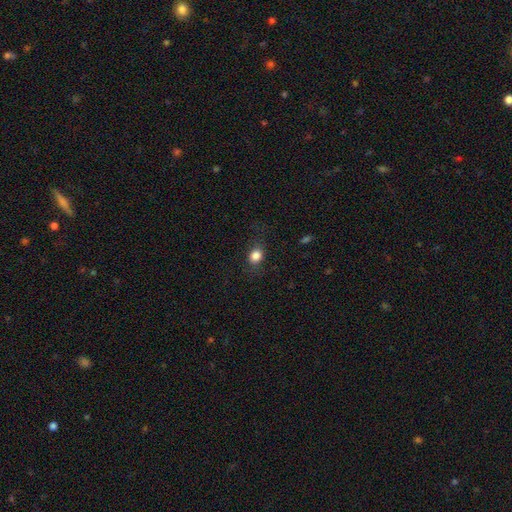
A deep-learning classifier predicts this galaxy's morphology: A smooth galaxy with no disk features (83%) that is round (55%). Merging: none (76%).